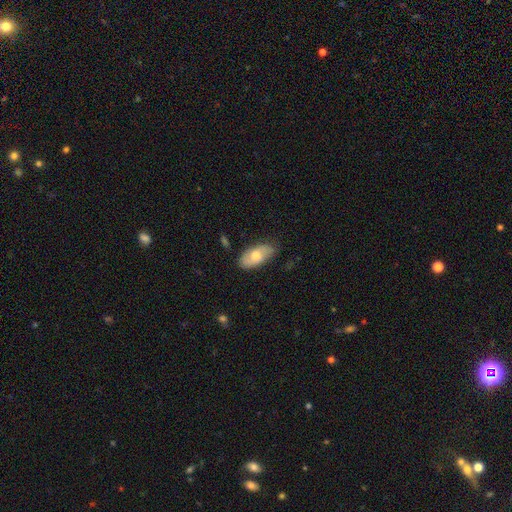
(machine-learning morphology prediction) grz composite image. It shows a smooth galaxy with no disk features (62%) that is in between round and cigar-shaped (92%). Merging: none (77%).